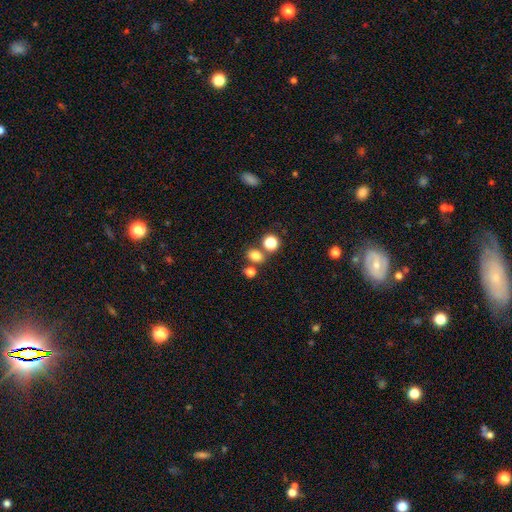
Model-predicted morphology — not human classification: smooth-or-featured: smooth: 77% | star or artifact: 16% | featured or disk: 7%
  how-rounded: round: 51% | in between: 47% | cigar-shaped: 1%
  merging: none: 68% | merger: 19% | minor disturbance: 10% | major disturbance: 4%